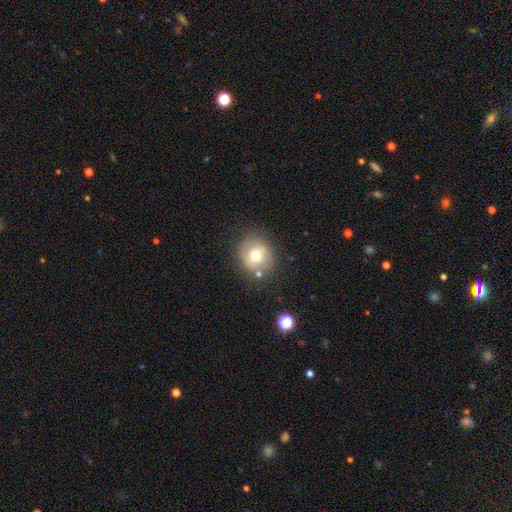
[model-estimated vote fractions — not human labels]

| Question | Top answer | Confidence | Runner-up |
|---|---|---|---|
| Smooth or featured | smooth | 68% | featured or disk (21%) |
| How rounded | round | 83% | in between (16%) |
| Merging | none | 78% | minor disturbance (12%) |